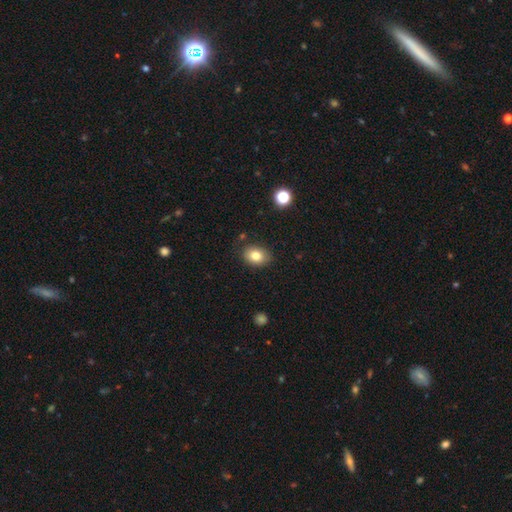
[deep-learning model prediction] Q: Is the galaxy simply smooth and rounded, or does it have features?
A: smooth — 81%.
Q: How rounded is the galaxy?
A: in between — 67%.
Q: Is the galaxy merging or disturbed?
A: none — 84%.